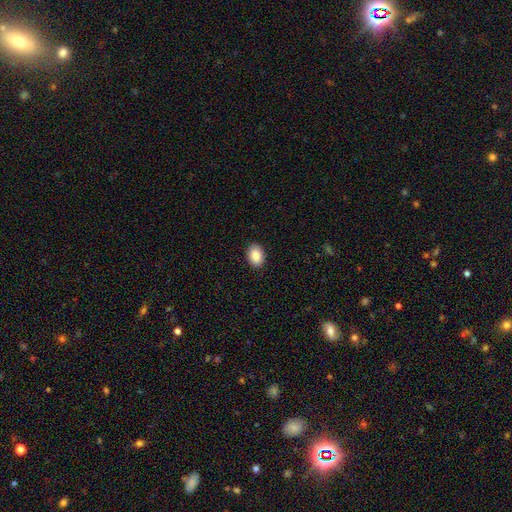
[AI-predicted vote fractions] This appears to be a smooth galaxy with no disk features (89%) that is in between round and cigar-shaped (82%). Merging: none (90%).